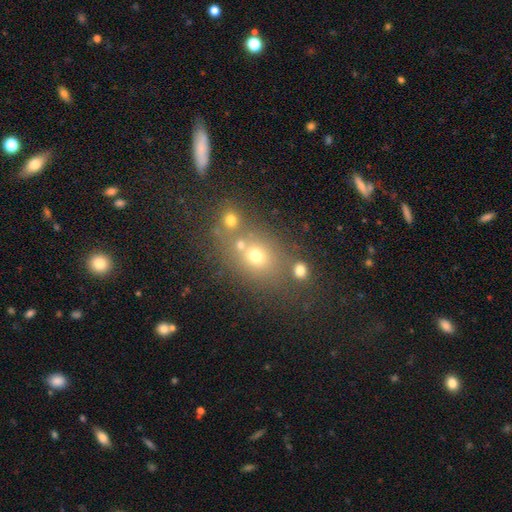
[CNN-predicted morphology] smooth 61%, star or artifact 22%, featured or disk 17%. Down the decision tree: how rounded — round (52%); merging — none (56%).